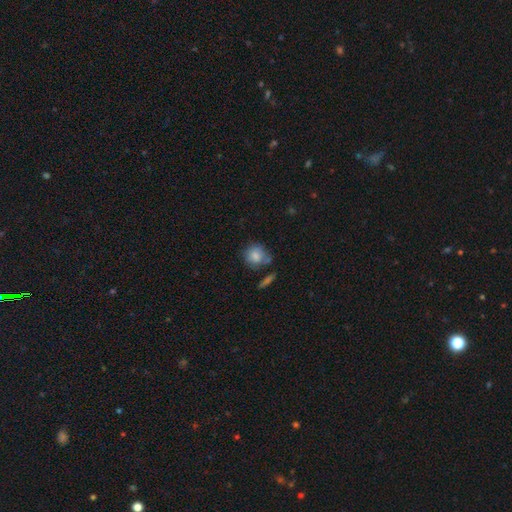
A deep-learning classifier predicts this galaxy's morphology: Q: Smooth or featured?
A: smooth (81%); runner-up: featured or disk (11%)
Q: How rounded?
A: round (75%); runner-up: in between (23%)
Q: Merging?
A: none (59%); runner-up: minor disturbance (22%)